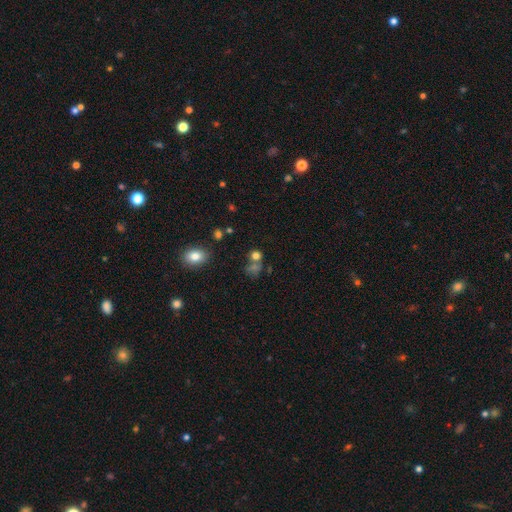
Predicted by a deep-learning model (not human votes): Morphology: type=smooth (72%); roundness=round (74%); merging=none (49%).